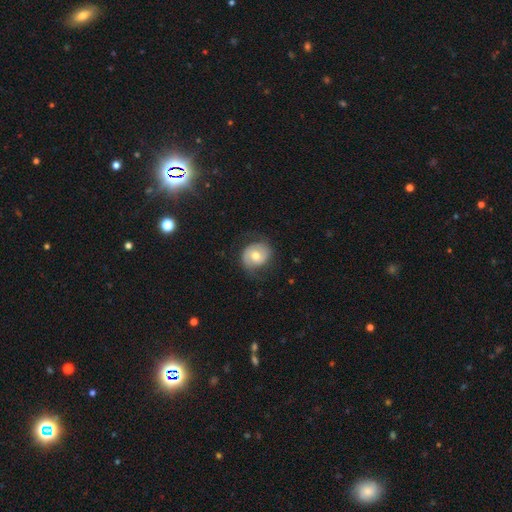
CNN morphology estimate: Smooth or featured?
  - featured or disk: 47% *
  - smooth: 46%
  - star or artifact: 7%
Merging?
  - none: 67% *
  - minor disturbance: 21%
  - major disturbance: 11%
  - merger: 1%